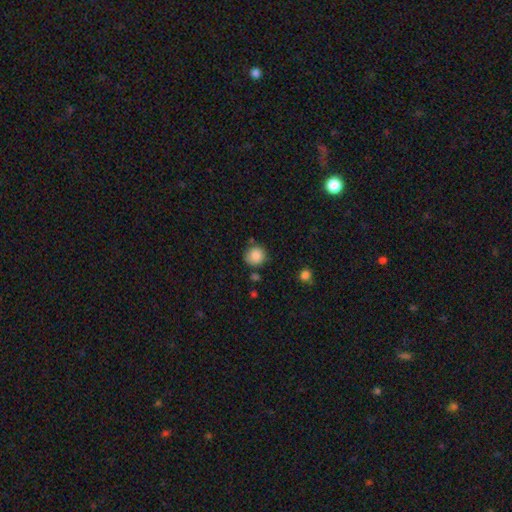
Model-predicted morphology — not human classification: Smooth or featured?
  - smooth: 86% *
  - star or artifact: 9%
  - featured or disk: 5%
How rounded?
  - round: 91% *
  - in between: 8%
  - cigar-shaped: 1%
Merging?
  - none: 75% *
  - minor disturbance: 16%
  - merger: 5%
  - major disturbance: 4%